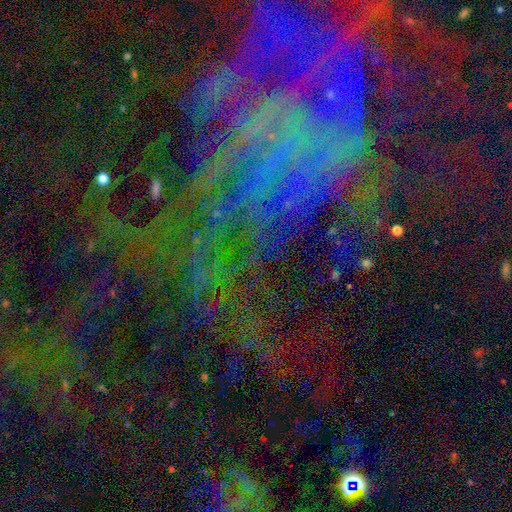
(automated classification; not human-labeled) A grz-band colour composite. It shows a star or artifact, not a galaxy (61%).